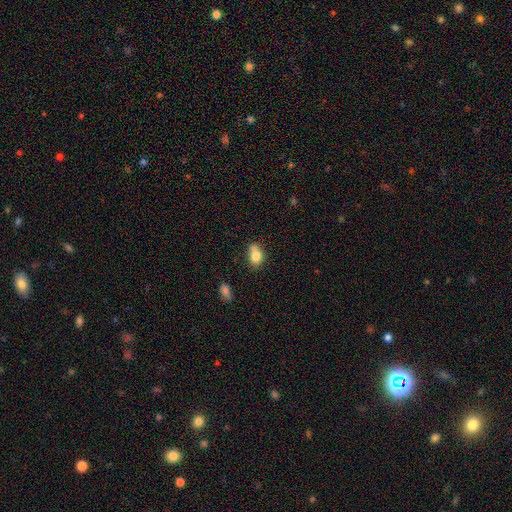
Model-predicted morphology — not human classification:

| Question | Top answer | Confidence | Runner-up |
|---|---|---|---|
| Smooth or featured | smooth | 79% | featured or disk (11%) |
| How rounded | in between | 74% | round (24%) |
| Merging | none | 48% | minor disturbance (27%) |